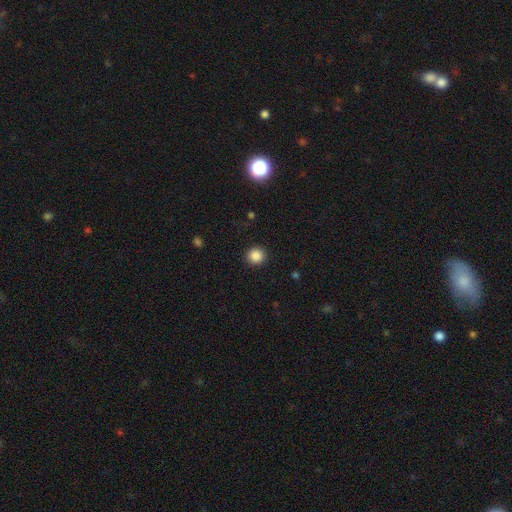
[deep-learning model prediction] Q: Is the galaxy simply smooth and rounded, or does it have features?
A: smooth — 86%.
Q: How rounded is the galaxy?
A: round — 93%.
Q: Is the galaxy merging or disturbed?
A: none — 92%.